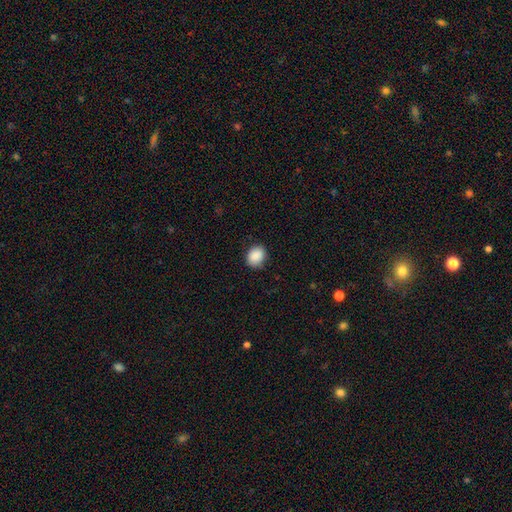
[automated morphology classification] type=smooth (89%); roundness=round (53%); merging=none (86%).